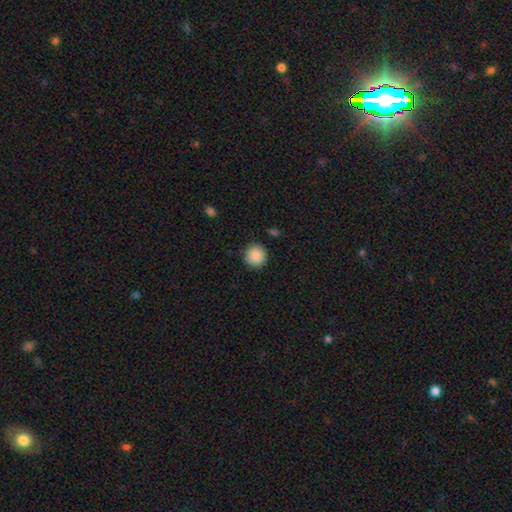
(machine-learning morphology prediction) Smooth or featured: smooth — 89% (star or artifact — 8%)
How rounded: round — 92% (in between — 7%)
Merging: none — 90% (minor disturbance — 7%)